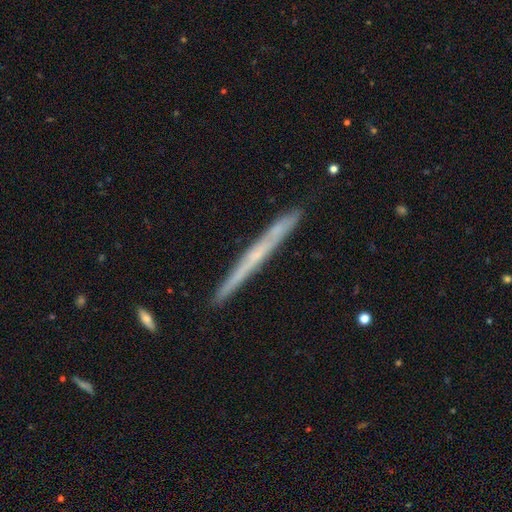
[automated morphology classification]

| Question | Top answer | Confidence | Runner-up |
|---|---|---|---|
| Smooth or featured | featured or disk | 60% | smooth (33%) |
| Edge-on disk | yes | 97% | no (3%) |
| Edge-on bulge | none | 77% | rounded (19%) |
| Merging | none | 90% | minor disturbance (8%) |